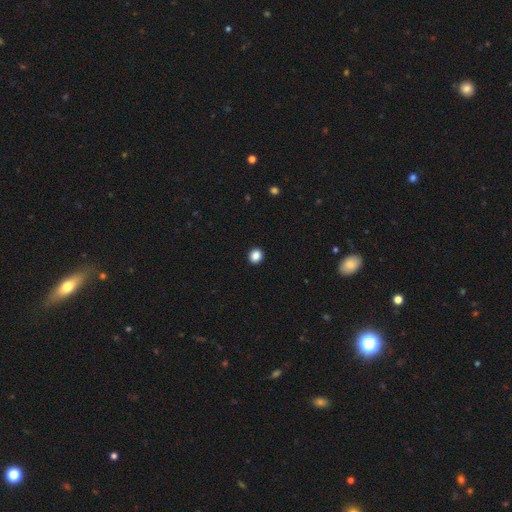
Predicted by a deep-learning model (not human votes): This appears to be a smooth galaxy with no disk features (88%) that is round (83%). Merging: none (93%).